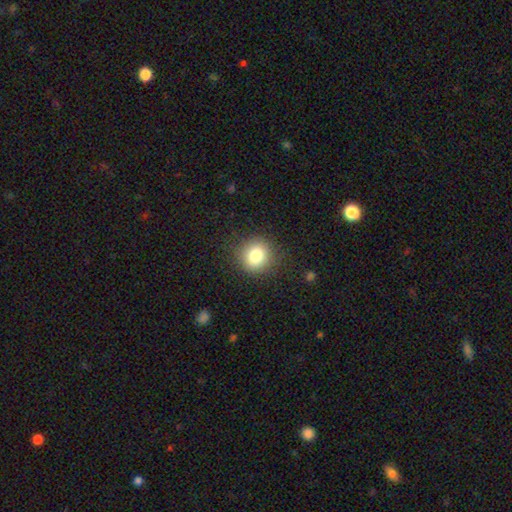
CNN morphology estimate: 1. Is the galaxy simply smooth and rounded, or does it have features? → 83% smooth, 10% star or artifact, 7% featured or disk.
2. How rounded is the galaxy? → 84% round, 15% in between, 1% cigar-shaped.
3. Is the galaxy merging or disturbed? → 86% none, 9% minor disturbance, 3% major disturbance, 1% merger.